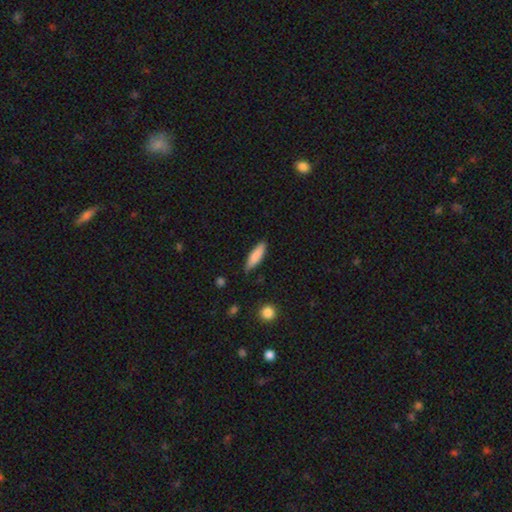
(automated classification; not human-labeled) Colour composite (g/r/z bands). It shows a smooth galaxy with no disk features (85%) that is cigar-shaped (62%). Merging: none (82%).